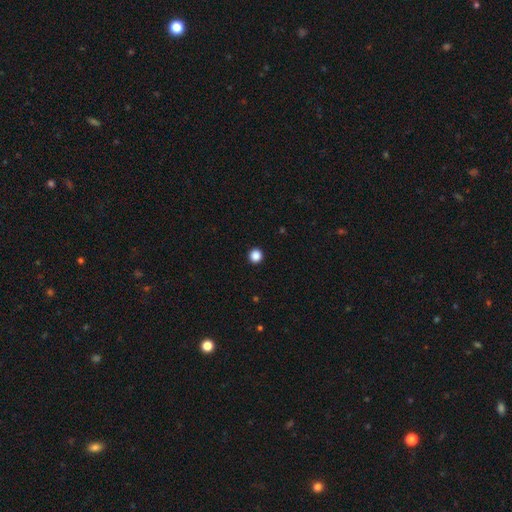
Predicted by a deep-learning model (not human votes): Morphology: type=smooth (87%); roundness=round (94%); merging=none (94%).